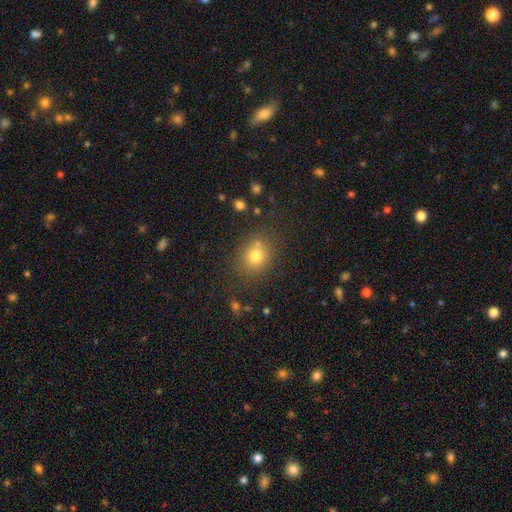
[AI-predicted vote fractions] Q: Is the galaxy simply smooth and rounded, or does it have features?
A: smooth — 75%.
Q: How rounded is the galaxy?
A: round — 73%.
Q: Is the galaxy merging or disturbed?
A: none — 74%.